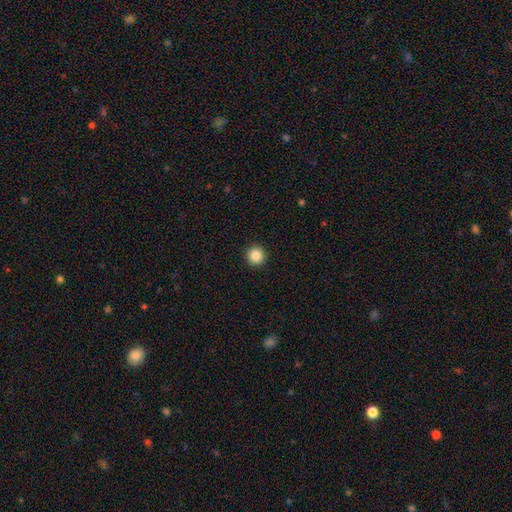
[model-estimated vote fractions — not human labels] This appears to be a smooth galaxy with no disk features (86%) that is round (95%). Merging: none (93%).